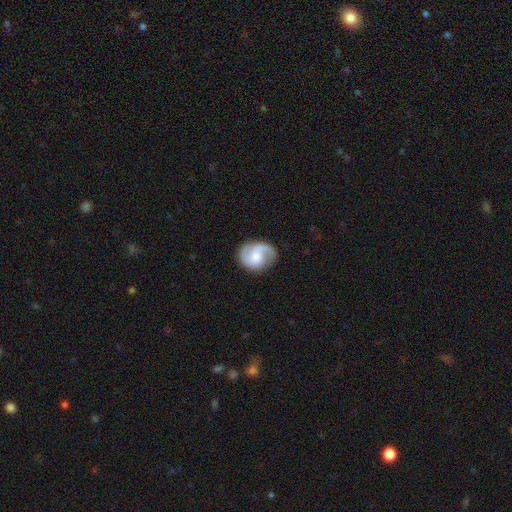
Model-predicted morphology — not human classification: A featured or disk galaxy (75%) with no bar (58%), 2 (78%) medium (49%) spiral arms (95%) and a moderate central bulge (41%). Merging: none (74%).